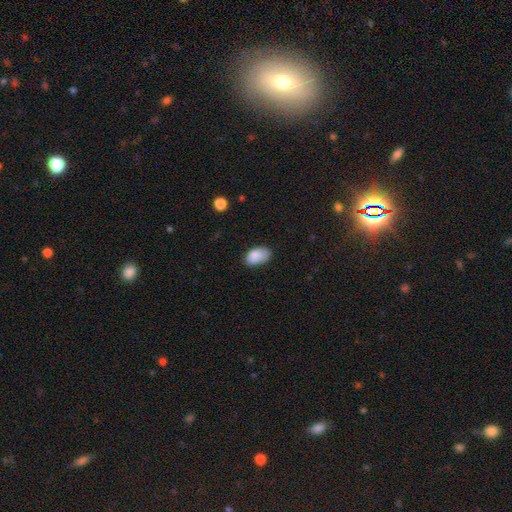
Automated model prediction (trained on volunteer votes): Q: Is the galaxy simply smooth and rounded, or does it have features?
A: smooth — 86%.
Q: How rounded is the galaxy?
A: in between — 93%.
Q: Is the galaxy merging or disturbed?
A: none — 70%.